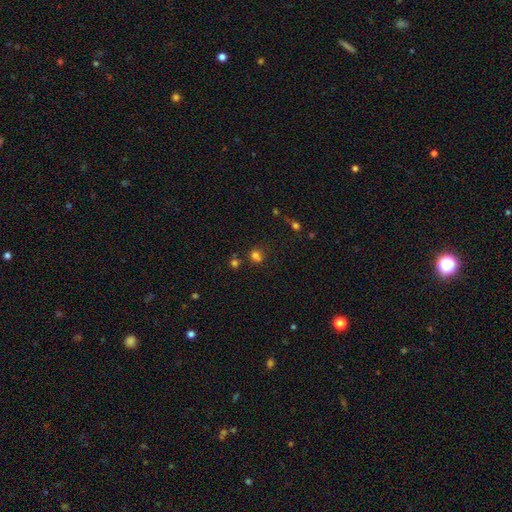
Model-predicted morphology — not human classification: Smooth or featured: smooth — 68% (star or artifact — 22%)
How rounded: round — 76% (in between — 23%)
Merging: none — 53% (merger — 29%)